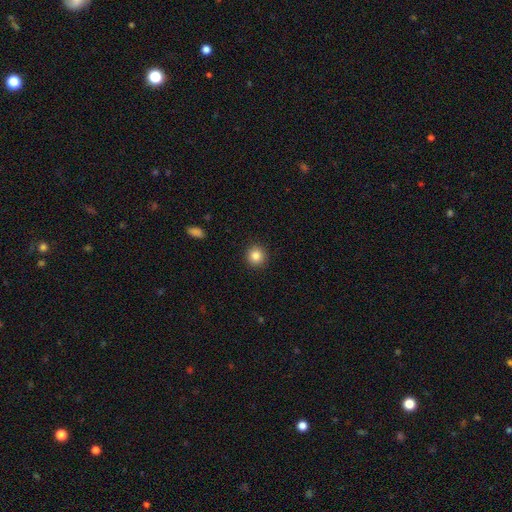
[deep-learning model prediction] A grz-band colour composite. It shows a smooth galaxy with no disk features (85%) that is round (94%). Merging: none (92%).